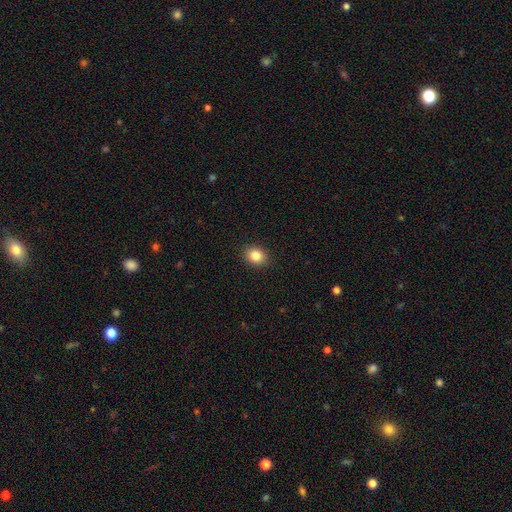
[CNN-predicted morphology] Q: Smooth or featured?
A: smooth (85%); runner-up: star or artifact (10%)
Q: How rounded?
A: in between (51%); runner-up: round (48%)
Q: Merging?
A: none (90%); runner-up: minor disturbance (7%)